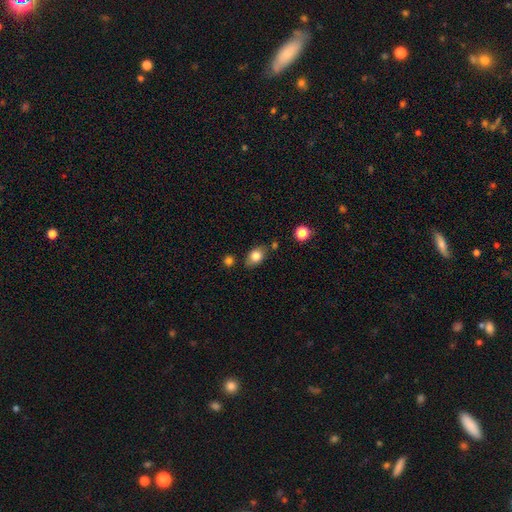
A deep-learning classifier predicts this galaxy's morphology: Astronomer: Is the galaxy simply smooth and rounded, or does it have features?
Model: smooth — 80%.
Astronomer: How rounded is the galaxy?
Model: in between — 77%.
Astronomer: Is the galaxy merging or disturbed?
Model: none — 75%.